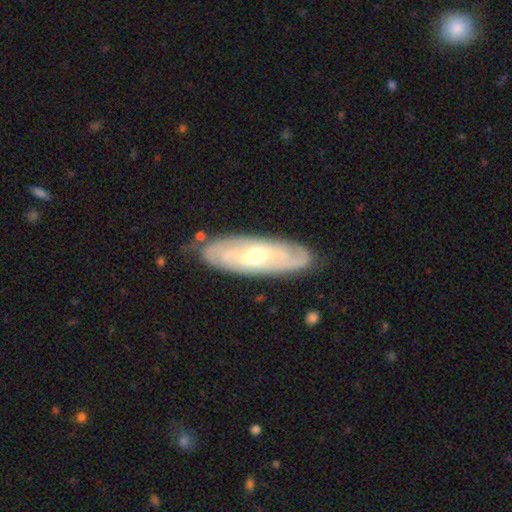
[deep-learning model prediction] A featured or disk galaxy (79%) with no bar (42%), tight (67%) spiral arms (90%) and a moderate central bulge (54%). Merging: none (83%).